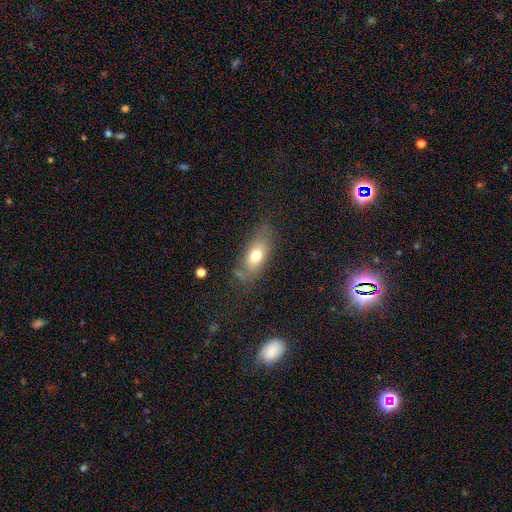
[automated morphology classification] Smooth or featured: smooth — 68% (featured or disk — 24%)
How rounded: in between — 80% (cigar-shaped — 14%)
Merging: none — 69% (minor disturbance — 20%)